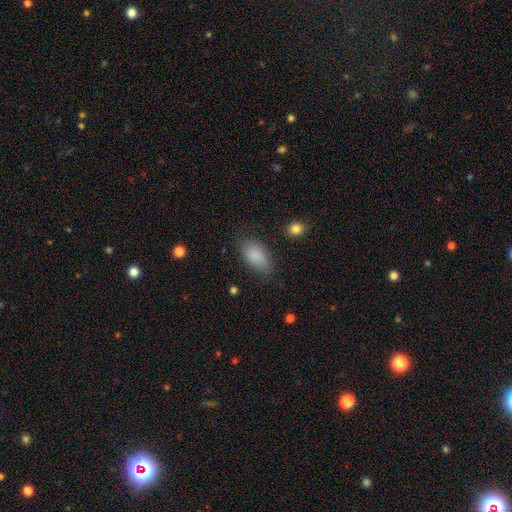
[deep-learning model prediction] Smooth or featured? Predicted: smooth (p=0.87). How rounded? Predicted: in between (p=0.92). Merging? Predicted: none (p=0.77).